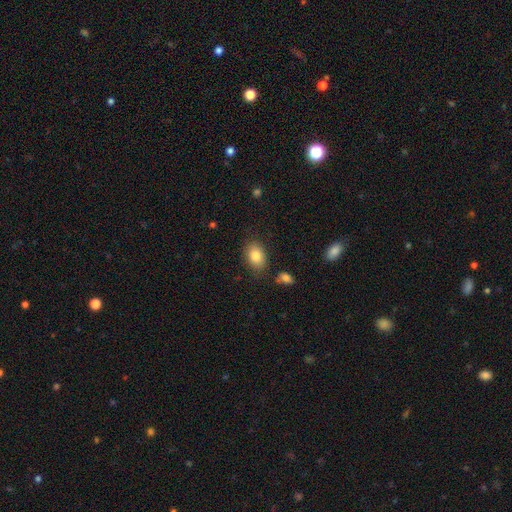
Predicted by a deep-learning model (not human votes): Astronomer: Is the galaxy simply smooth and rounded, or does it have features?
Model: smooth — 83%.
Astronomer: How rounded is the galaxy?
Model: in between — 82%.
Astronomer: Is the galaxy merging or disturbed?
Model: none — 81%.